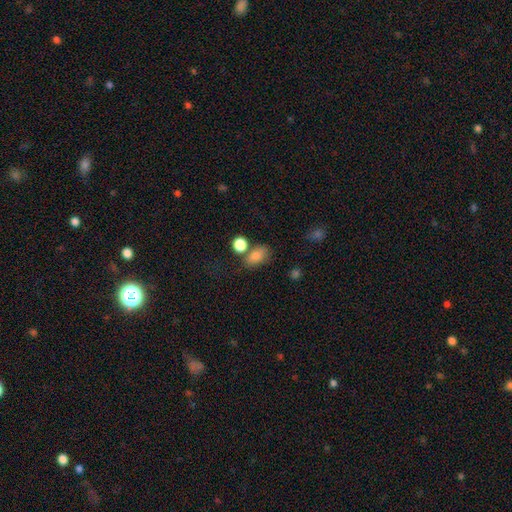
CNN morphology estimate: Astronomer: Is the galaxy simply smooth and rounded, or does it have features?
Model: smooth — 82%.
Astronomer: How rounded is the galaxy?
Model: in between — 80%.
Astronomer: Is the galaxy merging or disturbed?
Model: none — 57%.